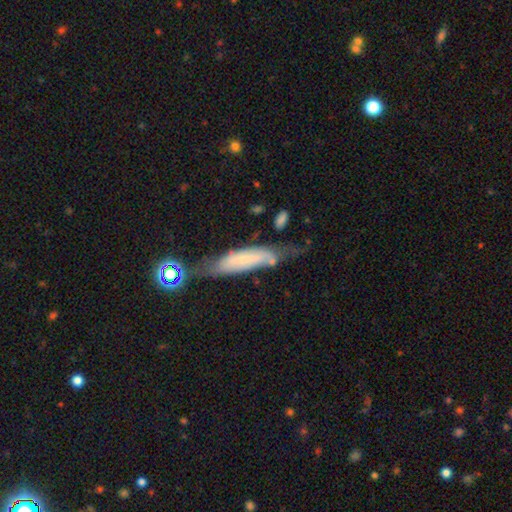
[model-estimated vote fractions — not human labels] This is possibly a smooth galaxy (46%). Merging: possibly none (46%).